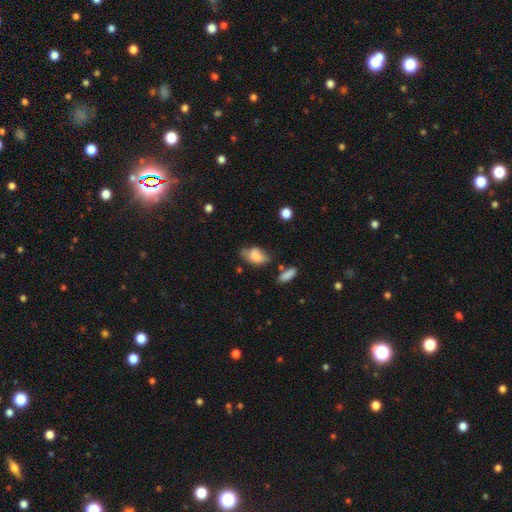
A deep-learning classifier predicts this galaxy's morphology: smooth-or-featured: smooth: 77% | featured or disk: 14% | star or artifact: 9%
  how-rounded: in between: 88% | round: 10% | cigar-shaped: 2%
  merging: none: 43% | minor disturbance: 33% | major disturbance: 14% | merger: 9%